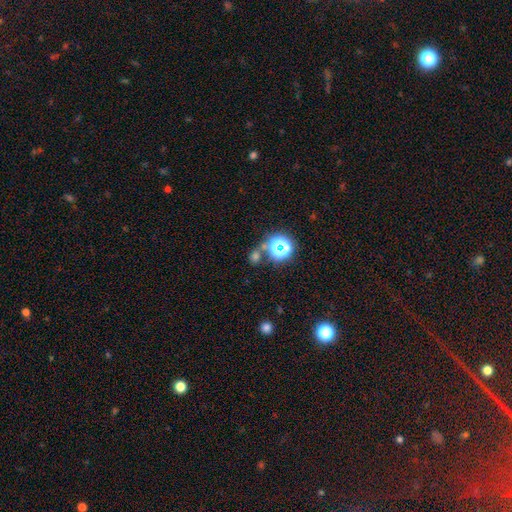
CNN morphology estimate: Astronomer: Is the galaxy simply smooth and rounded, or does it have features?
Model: star or artifact — 48% (runner-up: smooth, 45%).